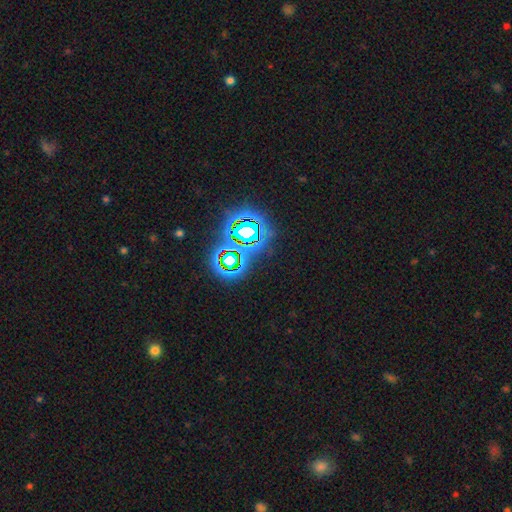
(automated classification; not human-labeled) This appears to be a star or artifact, not a galaxy (71%).